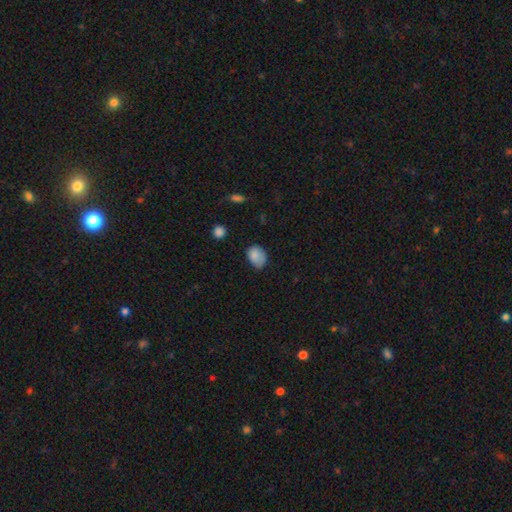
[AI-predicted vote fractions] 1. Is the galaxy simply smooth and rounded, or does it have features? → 84% smooth, 9% star or artifact, 7% featured or disk.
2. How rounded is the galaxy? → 70% in between, 29% round, 1% cigar-shaped.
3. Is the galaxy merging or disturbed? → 54% none, 36% minor disturbance, 8% major disturbance, 2% merger.